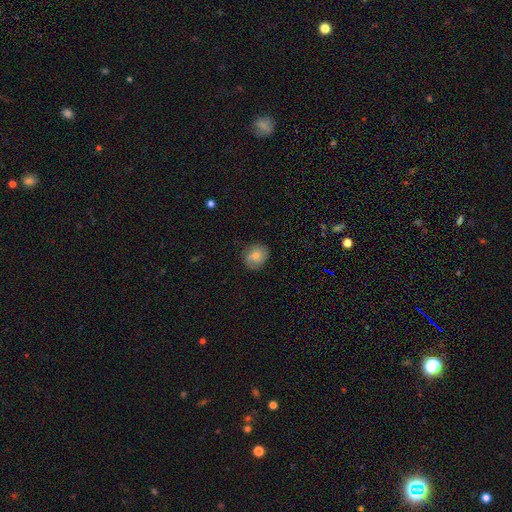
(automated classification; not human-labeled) Overall: smooth (59%; featured or disk 31%). How rounded: round (72%). Merging: none (79%).